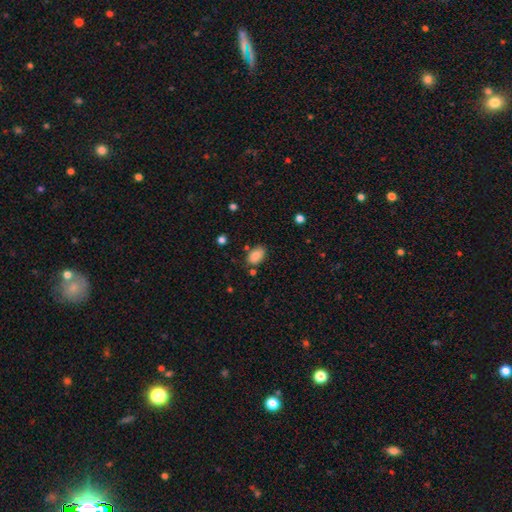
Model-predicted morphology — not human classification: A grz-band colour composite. It shows a smooth galaxy with no disk features (85%) that is in between round and cigar-shaped (90%). Merging: none (74%).